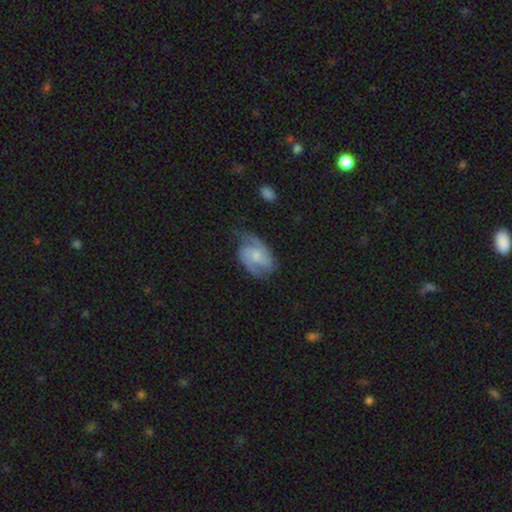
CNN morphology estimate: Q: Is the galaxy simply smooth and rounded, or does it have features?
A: featured or disk — 78%.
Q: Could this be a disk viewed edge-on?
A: no — 97%.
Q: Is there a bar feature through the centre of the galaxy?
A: no — 56%.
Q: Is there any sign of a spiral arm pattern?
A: yes — 95%.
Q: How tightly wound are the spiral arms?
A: medium — 50%.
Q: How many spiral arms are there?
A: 2 — 78%.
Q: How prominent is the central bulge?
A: small — 51%.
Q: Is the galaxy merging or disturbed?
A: none — 61%.